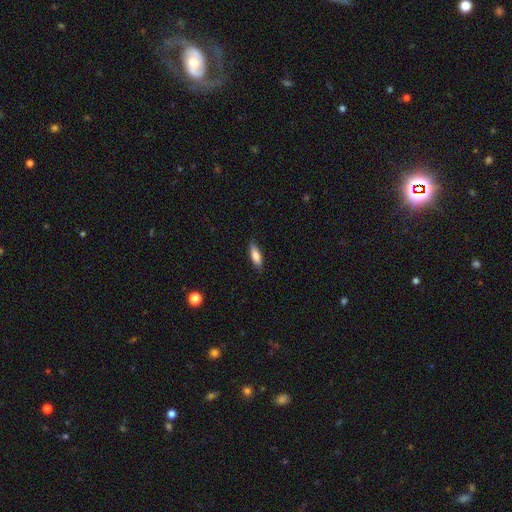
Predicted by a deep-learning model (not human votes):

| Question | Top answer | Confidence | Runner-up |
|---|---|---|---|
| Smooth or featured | smooth | 82% | featured or disk (12%) |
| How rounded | in between | 51% | cigar-shaped (47%) |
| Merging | none | 85% | minor disturbance (11%) |